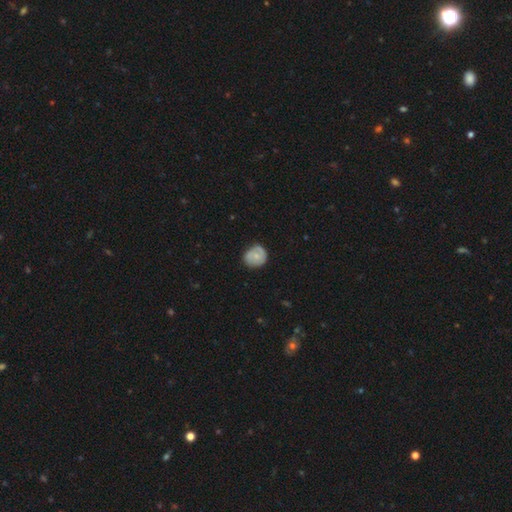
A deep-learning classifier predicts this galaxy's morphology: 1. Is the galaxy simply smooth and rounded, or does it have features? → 59% smooth, 34% featured or disk, 7% star or artifact.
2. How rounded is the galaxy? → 77% round, 22% in between, 1% cigar-shaped.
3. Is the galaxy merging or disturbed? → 68% none, 26% minor disturbance, 5% major disturbance, 1% merger.